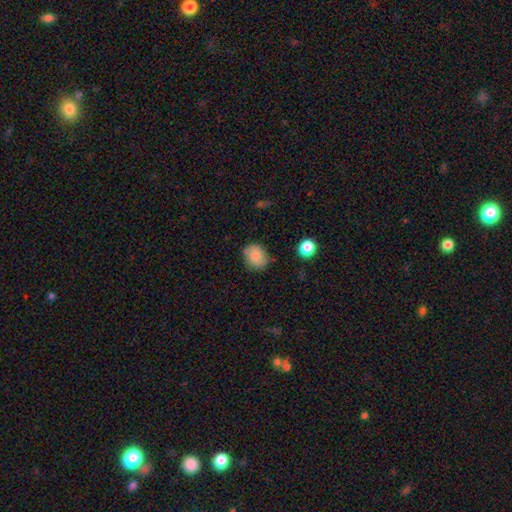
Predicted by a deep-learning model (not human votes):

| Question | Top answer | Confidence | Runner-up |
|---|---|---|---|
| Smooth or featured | smooth | 82% | featured or disk (10%) |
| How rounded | round | 66% | in between (33%) |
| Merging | none | 74% | minor disturbance (19%) |